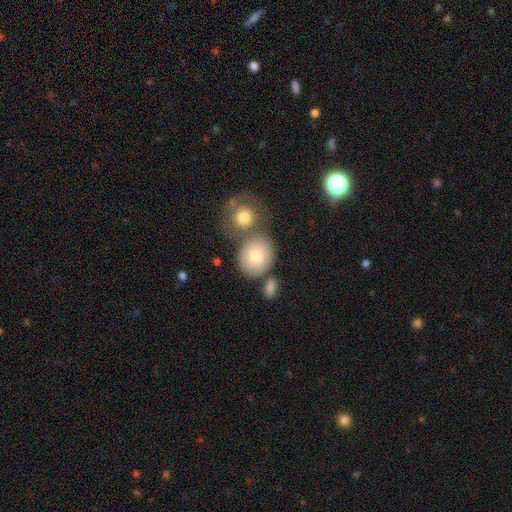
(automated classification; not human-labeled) Smooth or featured: smooth — 77% (featured or disk — 14%)
How rounded: round — 73% (in between — 26%)
Merging: none — 59% (merger — 24%)